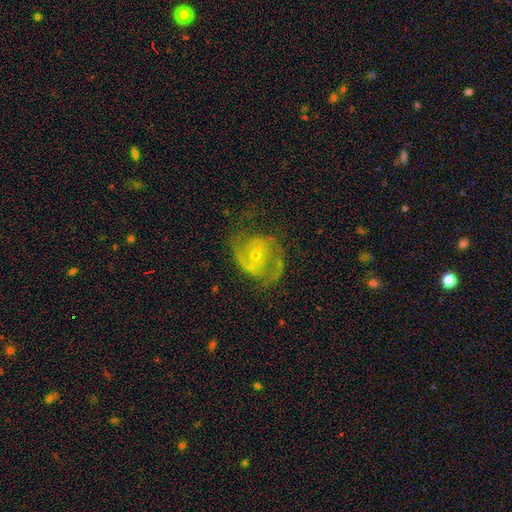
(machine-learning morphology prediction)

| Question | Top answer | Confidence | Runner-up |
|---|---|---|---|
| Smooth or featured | featured or disk | 84% | smooth (10%) |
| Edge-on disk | no | 98% | yes (2%) |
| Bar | no | 46% | weak (40%) |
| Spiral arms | yes | 91% | no (9%) |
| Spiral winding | medium | 52% | tight (28%) |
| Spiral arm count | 2 | 73% | can't tell (12%) |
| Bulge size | small | 69% | moderate (27%) |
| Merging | none | 60% | minor disturbance (20%) |